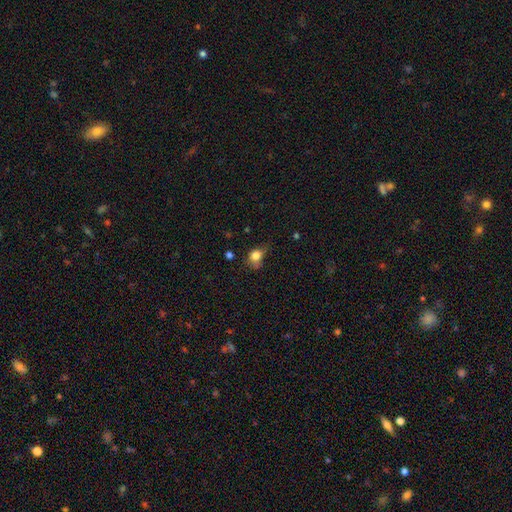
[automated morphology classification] smooth_or_featured: smooth (p=0.79) [alt: star or artifact p=0.11]
how_rounded: round (p=0.53) [alt: in between p=0.46]
merging: none (p=0.38) [alt: minor disturbance p=0.36]